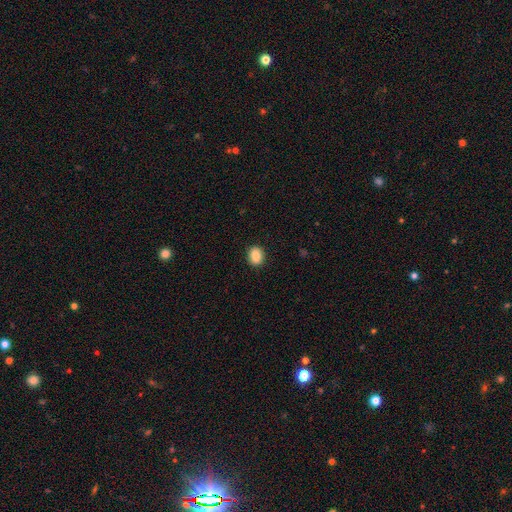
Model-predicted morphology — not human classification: Smooth or featured: smooth — 87% (star or artifact — 8%)
How rounded: round — 50% (in between — 49%)
Merging: none — 91% (minor disturbance — 7%)